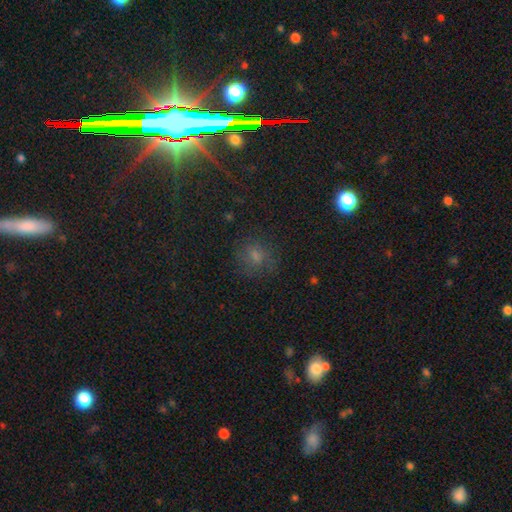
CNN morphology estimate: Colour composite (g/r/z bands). It shows a smooth galaxy with no disk features (59%) that is round (73%). Merging: none (72%).